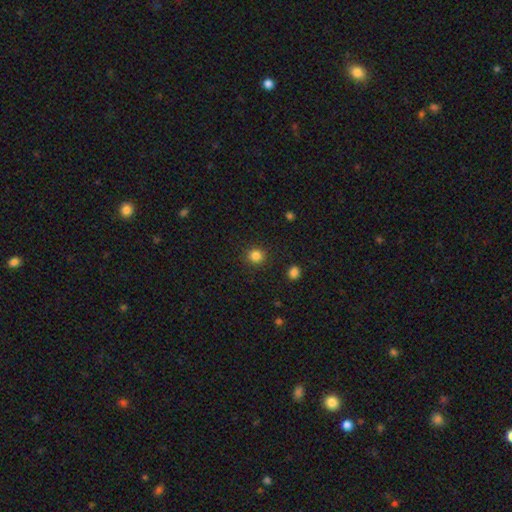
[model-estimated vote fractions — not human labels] Smooth or featured? smooth (84%)
How rounded? round (91%)
Merging? none (91%)